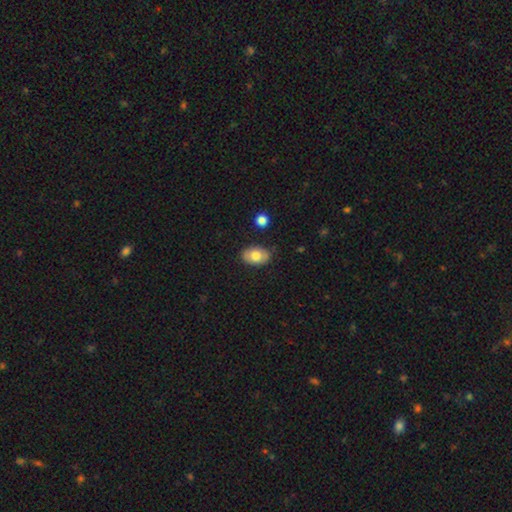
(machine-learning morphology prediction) type=smooth (76%); roundness=in between (88%); merging=none (81%).